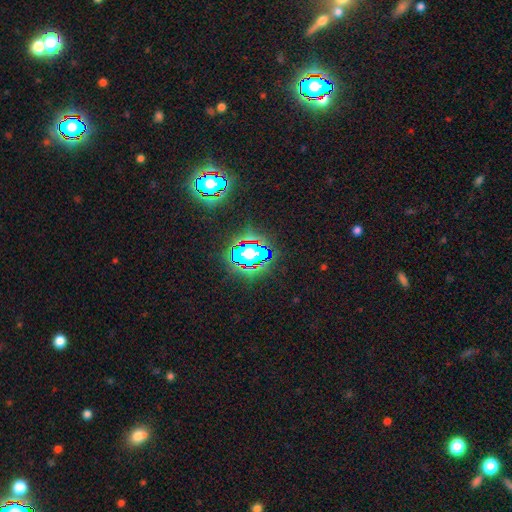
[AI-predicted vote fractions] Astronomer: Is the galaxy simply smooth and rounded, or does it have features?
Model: star or artifact — 78%.